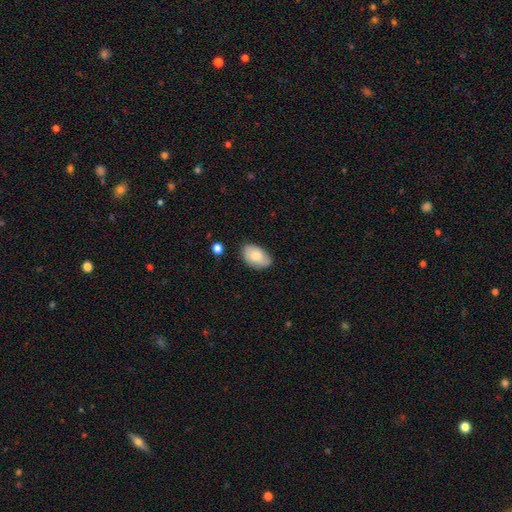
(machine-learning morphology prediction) Smooth or featured?
  - smooth: 78% *
  - featured or disk: 16%
  - star or artifact: 6%
How rounded?
  - in between: 93% *
  - round: 6%
  - cigar-shaped: 1%
Merging?
  - none: 75% *
  - minor disturbance: 20%
  - major disturbance: 3%
  - merger: 2%